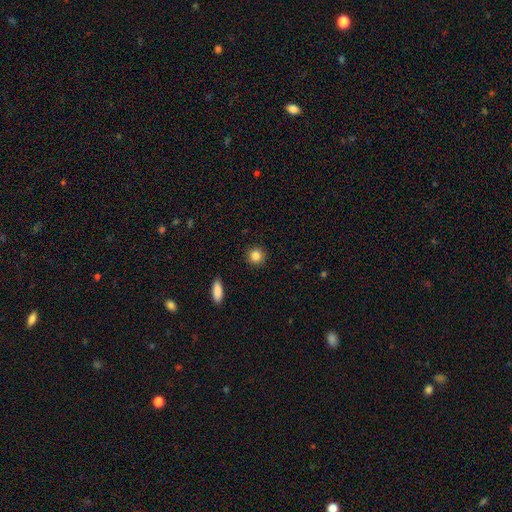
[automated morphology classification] Smooth or featured: smooth — 84% (star or artifact — 10%)
How rounded: round — 91% (in between — 8%)
Merging: none — 91% (minor disturbance — 6%)